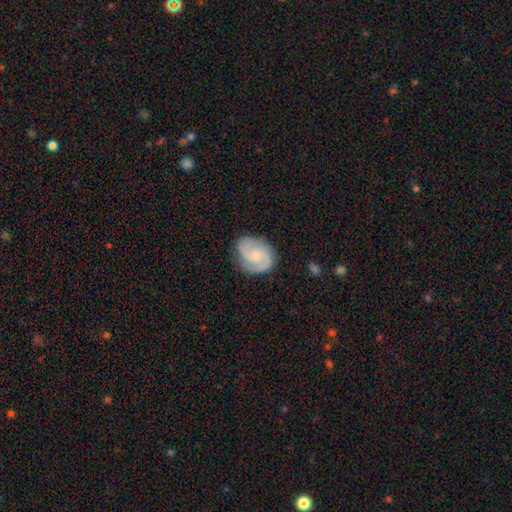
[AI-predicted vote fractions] This appears to be a featured or disk galaxy (79%) with no bar (63%), 2 (82%) medium (49%) spiral arms (96%) and a small central bulge (58%). Merging: none (76%).